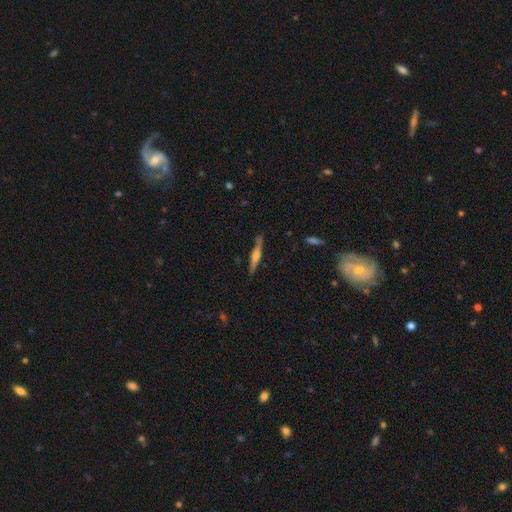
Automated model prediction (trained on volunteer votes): smooth-or-featured: featured or disk: 71% | smooth: 23% | star or artifact: 6%
  disk-edge-on: yes: 98% | no: 2%
    edge-on-bulge: rounded: 74% | boxy: 20% | none: 6%
  merging: none: 87% | minor disturbance: 10% | major disturbance: 2% | merger: 2%